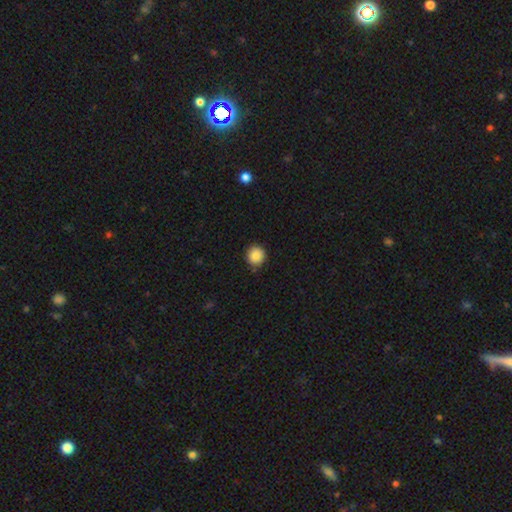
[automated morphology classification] Smooth or featured? Predicted: smooth (p=0.87). How rounded? Predicted: round (p=0.90). Merging? Predicted: none (p=0.86).